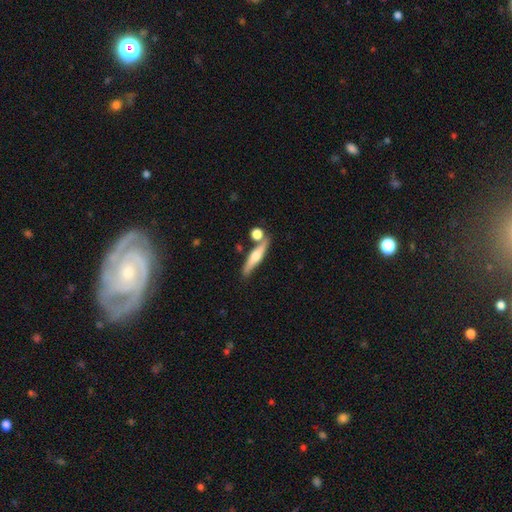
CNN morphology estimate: Q: Smooth or featured?
A: featured or disk (56%); runner-up: smooth (38%)
Q: Edge-on disk?
A: yes (92%); runner-up: no (8%)
Q: Edge-on bulge?
A: rounded (89%); runner-up: boxy (6%)
Q: Merging?
A: none (71%); runner-up: merger (14%)